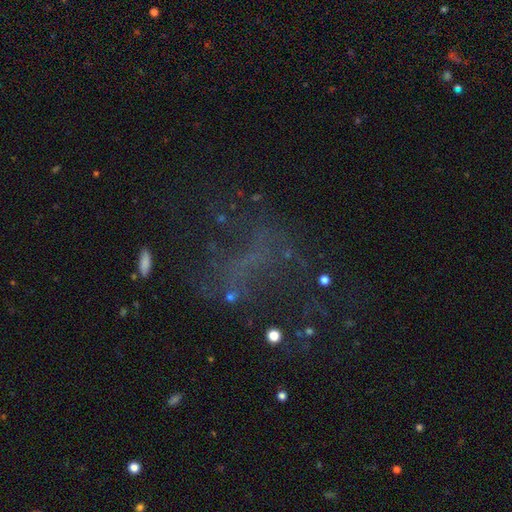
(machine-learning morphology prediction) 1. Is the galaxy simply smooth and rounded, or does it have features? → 40% star or artifact (tied), 40% featured or disk (tied), 20% smooth.